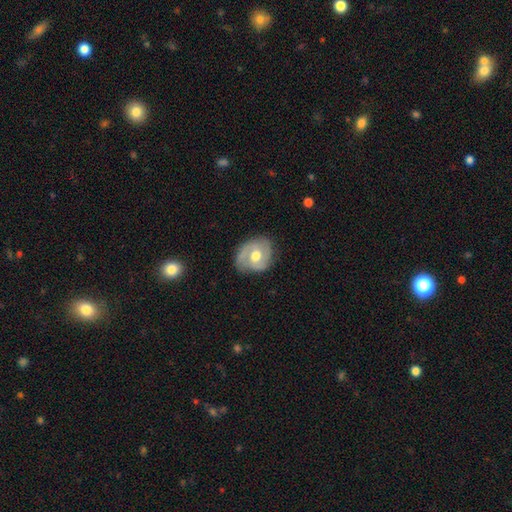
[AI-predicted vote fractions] The model was most divided on "smooth or featured": featured or disk: 65%, smooth: 29%, star or artifact: 6%. More confident: edge-on disk — no (96%); spiral arms — yes (79%); bulge size — moderate (75%); merging — none (67%); bar — no (65%).